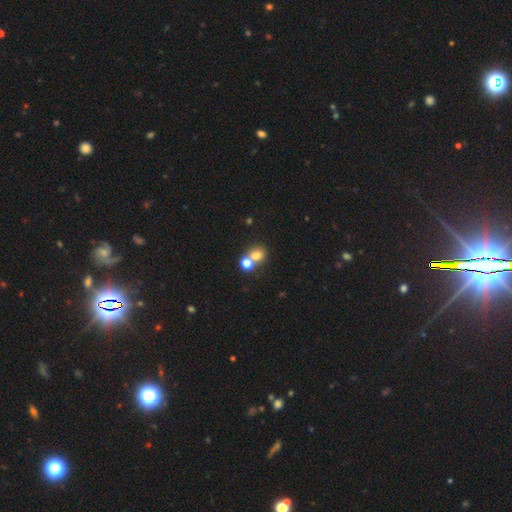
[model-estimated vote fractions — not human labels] Morphology: type=smooth (73%); roundness=round (67%); merging=merger (52%).